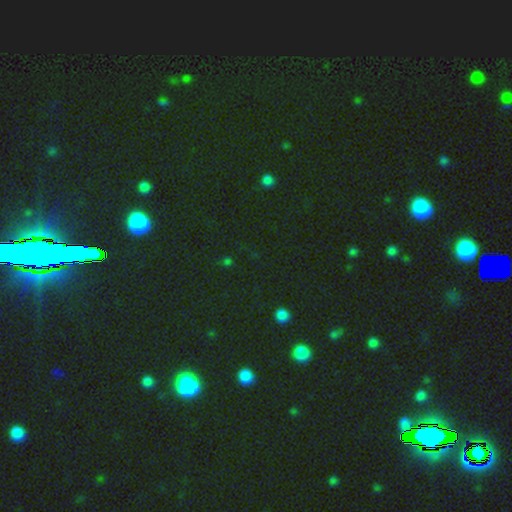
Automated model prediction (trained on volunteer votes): smooth_or_featured: star or artifact (p=0.78) [alt: smooth p=0.15]